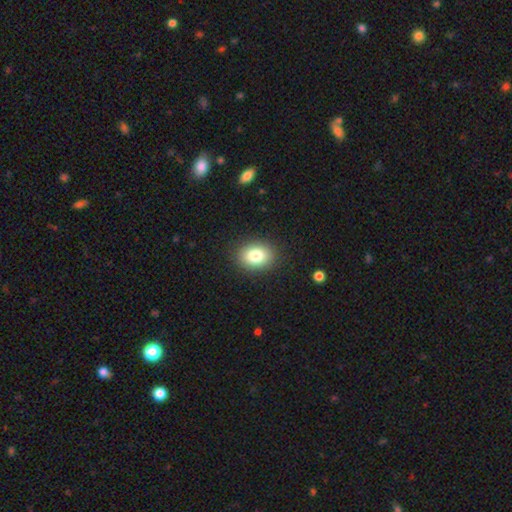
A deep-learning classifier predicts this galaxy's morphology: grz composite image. It shows a smooth galaxy with no disk features (82%) that is in between round and cigar-shaped (60%). Merging: none (89%).